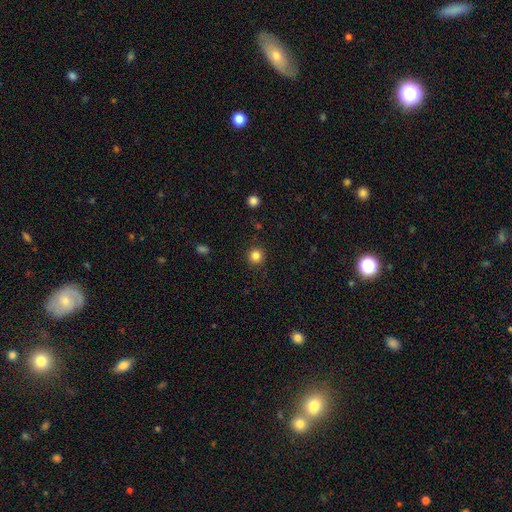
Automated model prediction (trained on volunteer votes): A smooth galaxy with no disk features (84%) that is round (94%). Merging: none (90%).